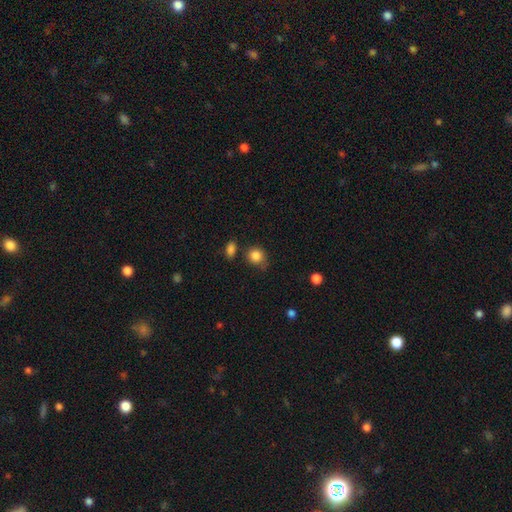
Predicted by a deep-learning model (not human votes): Smooth or featured?
  - smooth: 85% *
  - star or artifact: 10%
  - featured or disk: 5%
How rounded?
  - round: 78% *
  - in between: 21%
  - cigar-shaped: 1%
Merging?
  - none: 63% *
  - minor disturbance: 25%
  - major disturbance: 7%
  - merger: 6%